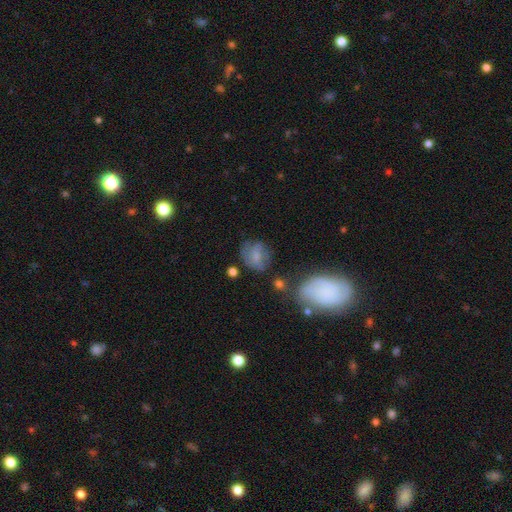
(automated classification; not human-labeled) A smooth galaxy with no disk features (60%) that is round (59%). Merging: none (58%).